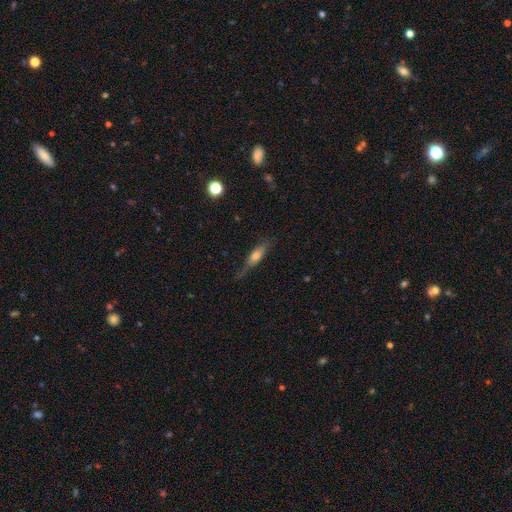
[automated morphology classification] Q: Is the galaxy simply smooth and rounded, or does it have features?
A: smooth — 49%.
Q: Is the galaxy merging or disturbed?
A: none — 63%.